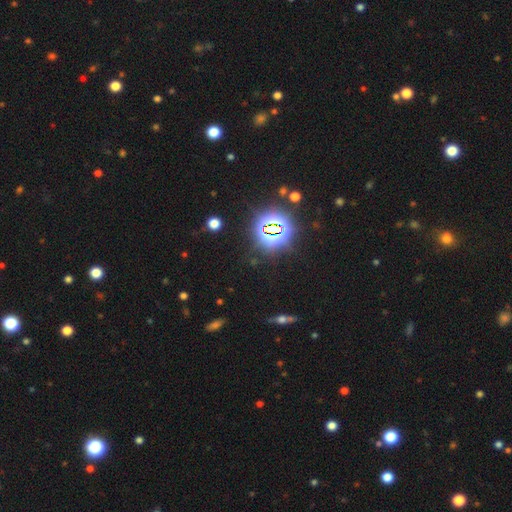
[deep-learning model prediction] Smooth or featured? star or artifact (82%)